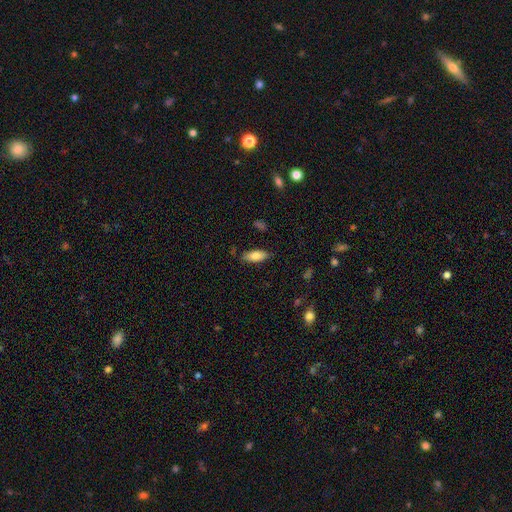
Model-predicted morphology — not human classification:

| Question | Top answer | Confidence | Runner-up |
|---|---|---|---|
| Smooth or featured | smooth | 80% | featured or disk (13%) |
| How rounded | in between | 80% | cigar-shaped (18%) |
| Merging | none | 83% | minor disturbance (13%) |